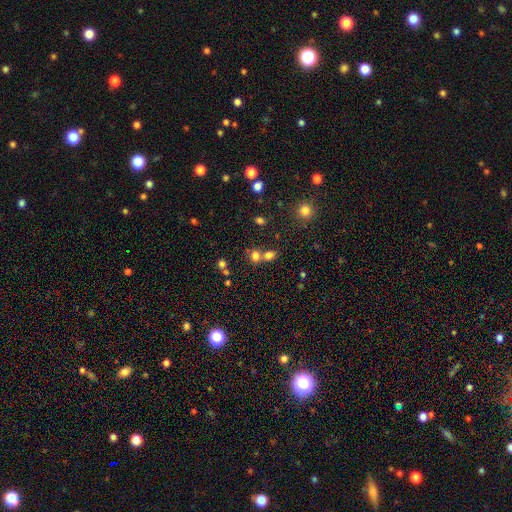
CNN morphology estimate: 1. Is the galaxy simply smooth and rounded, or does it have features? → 74% smooth, 17% star or artifact, 9% featured or disk.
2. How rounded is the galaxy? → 61% round, 38% in between, 1% cigar-shaped.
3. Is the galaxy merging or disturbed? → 48% merger, 42% none, 7% minor disturbance, 3% major disturbance.